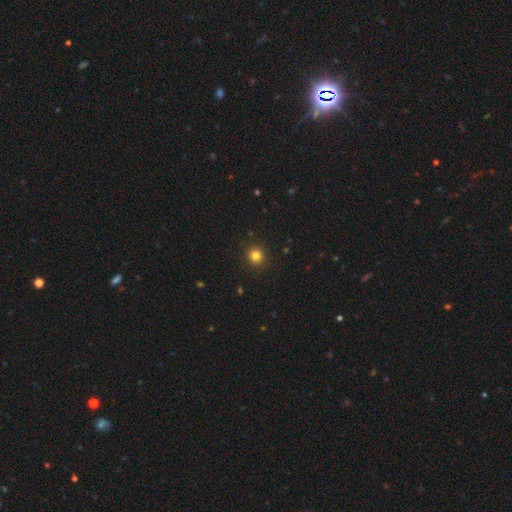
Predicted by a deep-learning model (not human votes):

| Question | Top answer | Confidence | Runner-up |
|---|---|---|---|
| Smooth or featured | smooth | 81% | star or artifact (14%) |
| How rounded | round | 93% | in between (6%) |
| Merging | none | 92% | minor disturbance (5%) |